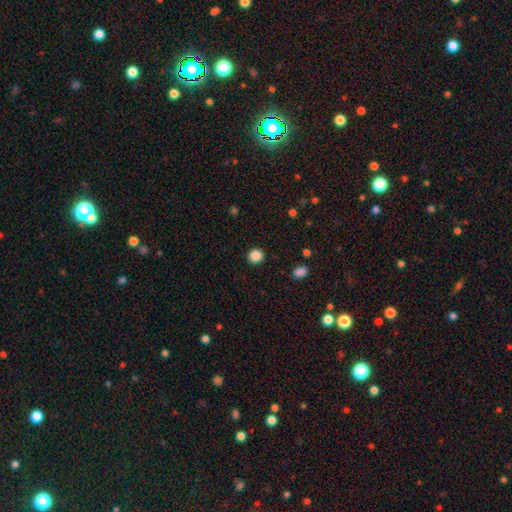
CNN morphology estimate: Smooth or featured? Predicted: smooth (p=0.87). How rounded? Predicted: round (p=0.91). Merging? Predicted: none (p=0.92).